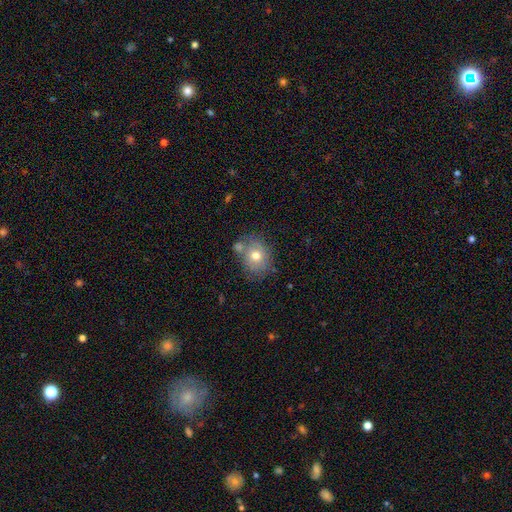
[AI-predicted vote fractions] smooth 70%, featured or disk 19%, star or artifact 11%. Down the decision tree: how rounded — round (62%); merging — none (61%).